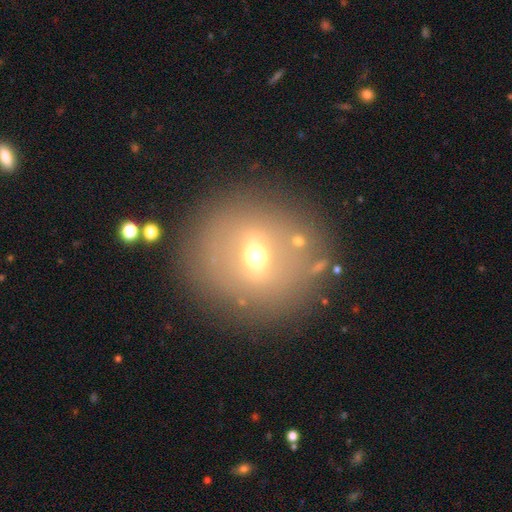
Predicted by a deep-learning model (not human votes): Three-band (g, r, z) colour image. It shows a featured or disk galaxy (51%). Merging: none (83%).